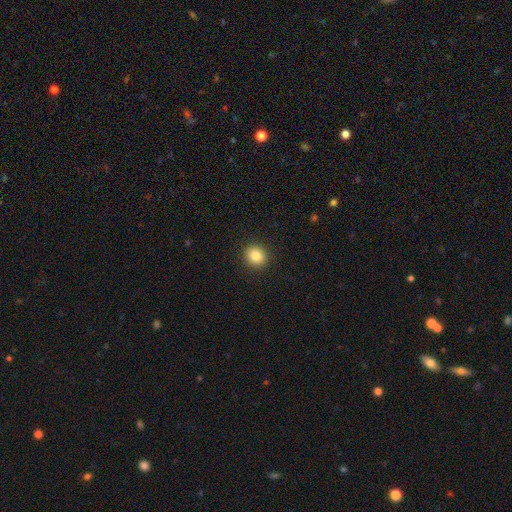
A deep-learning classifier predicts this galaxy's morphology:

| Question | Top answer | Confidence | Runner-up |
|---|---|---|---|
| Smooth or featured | smooth | 85% | star or artifact (10%) |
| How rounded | round | 82% | in between (17%) |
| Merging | none | 91% | minor disturbance (6%) |